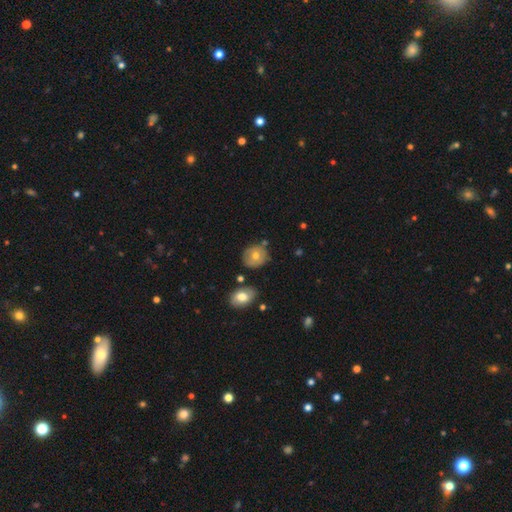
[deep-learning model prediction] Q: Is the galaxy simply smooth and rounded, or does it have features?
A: smooth — 63%.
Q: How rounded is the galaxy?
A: round — 80%.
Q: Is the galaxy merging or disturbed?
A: none — 73%.